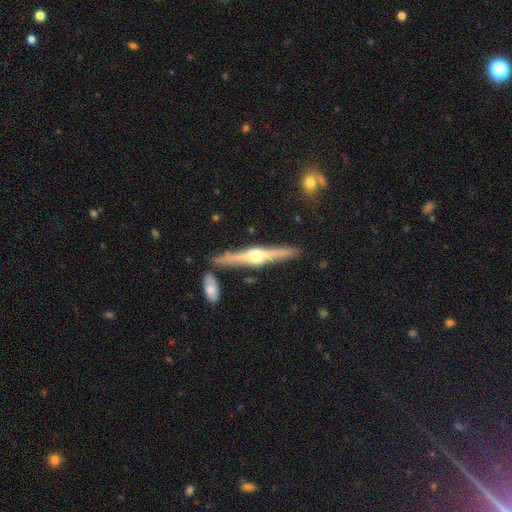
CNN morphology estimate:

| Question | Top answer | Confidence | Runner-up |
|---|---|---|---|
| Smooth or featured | featured or disk | 79% | smooth (16%) |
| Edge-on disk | yes | 98% | no (2%) |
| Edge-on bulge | rounded | 95% | boxy (3%) |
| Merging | none | 86% | minor disturbance (8%) |